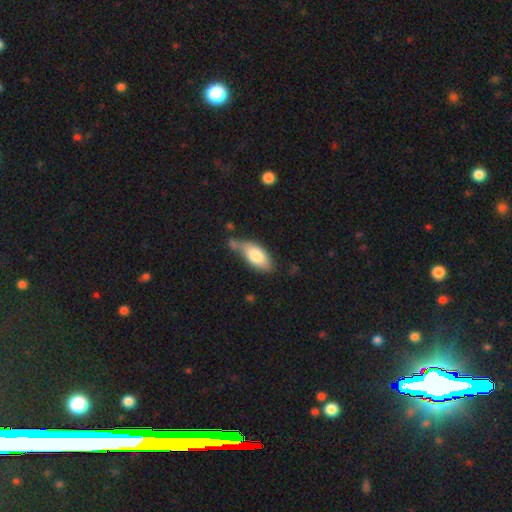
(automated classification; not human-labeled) A smooth galaxy with no disk features (78%) that is in between round and cigar-shaped (88%).

Vote fractions:
- Smooth or featured? smooth: 78% / featured or disk: 15% / star or artifact: 6%
- How rounded? in between: 88% / cigar-shaped: 9% / round: 3%
- Merging? none: 48% / minor disturbance: 28% / merger: 16% / major disturbance: 9%